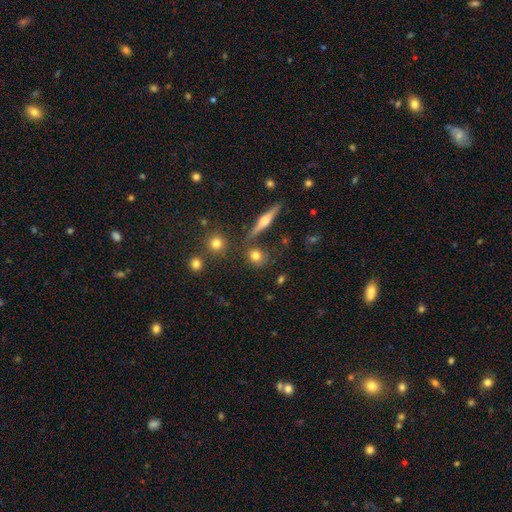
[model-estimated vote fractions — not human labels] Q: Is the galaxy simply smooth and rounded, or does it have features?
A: smooth — 73%.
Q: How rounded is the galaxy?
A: round — 78%.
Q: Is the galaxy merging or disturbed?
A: none — 77%.